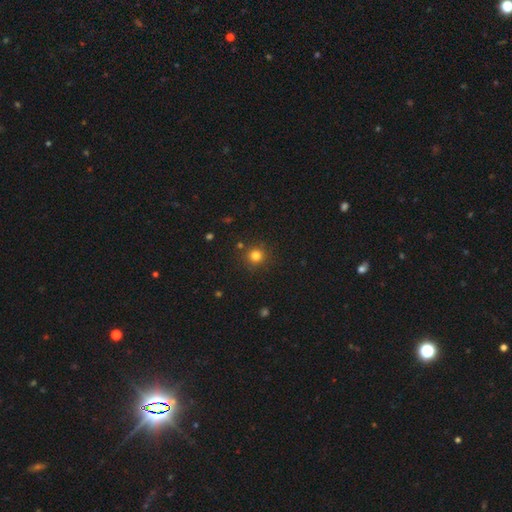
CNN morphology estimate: Q: Smooth or featured?
A: smooth (80%); runner-up: star or artifact (15%)
Q: How rounded?
A: round (93%); runner-up: in between (6%)
Q: Merging?
A: none (87%); runner-up: minor disturbance (7%)